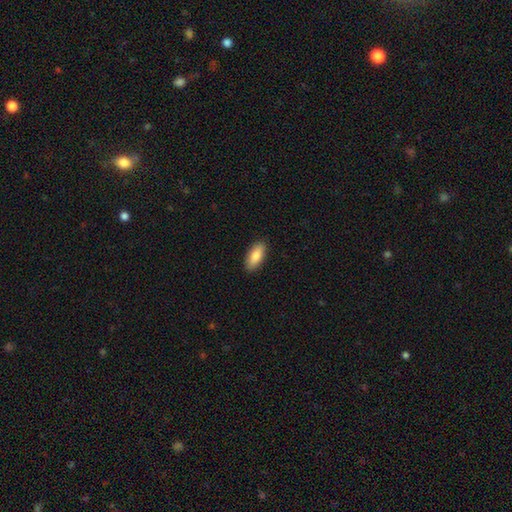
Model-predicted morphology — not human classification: smooth 81%, featured or disk 13%, star or artifact 6%. Down the decision tree: how rounded — in between (83%); merging — none (90%).